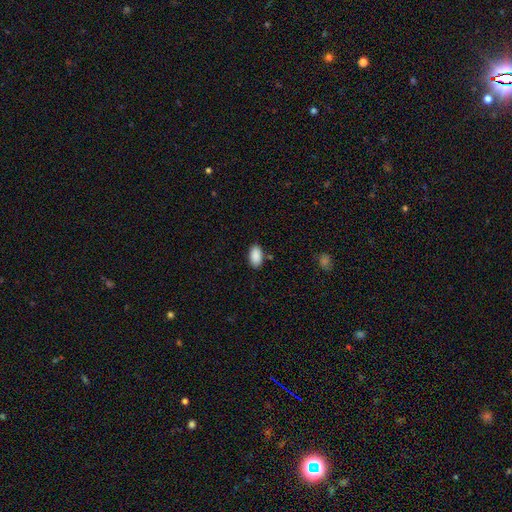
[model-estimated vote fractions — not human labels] smooth 90%, star or artifact 7%, featured or disk 3%. Down the decision tree: how rounded — in between (95%); merging — none (85%).